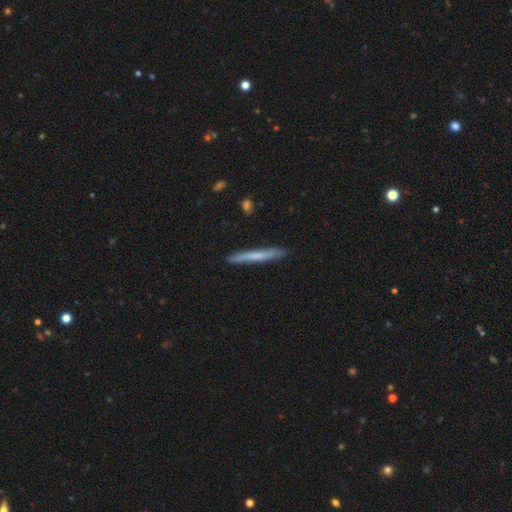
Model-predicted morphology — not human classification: smooth-or-featured: smooth: 61% | featured or disk: 33% | star or artifact: 6%
  how-rounded: cigar-shaped: 96% | in between: 2% | round: 1%
  merging: none: 89% | minor disturbance: 9% | major disturbance: 2% | merger: 1%